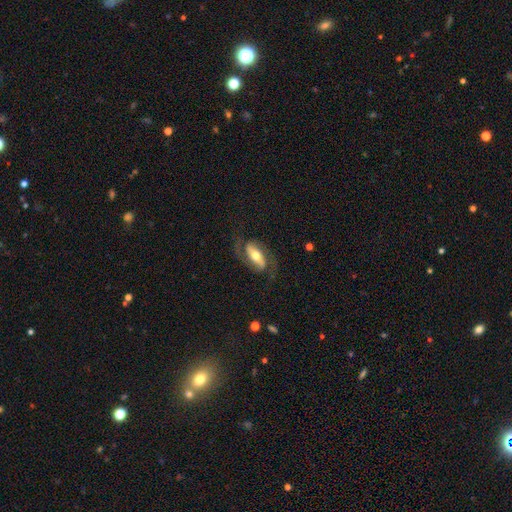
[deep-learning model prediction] Morphology: type=featured or disk (74%); edge-on=no (92%); bar=strong (45%); spiral arms=yes (91%); winding=medium (46%); arm count=2 (89%); bulge=moderate (65%); merging=none (70%).